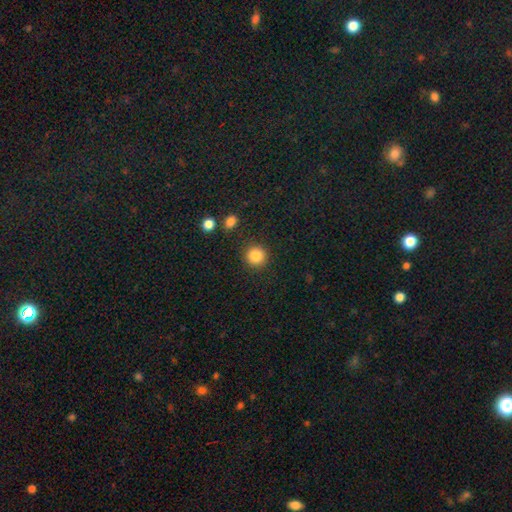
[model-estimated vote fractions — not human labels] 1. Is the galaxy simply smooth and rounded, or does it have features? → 85% smooth, 10% star or artifact, 5% featured or disk.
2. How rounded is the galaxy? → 94% round, 5% in between, 1% cigar-shaped.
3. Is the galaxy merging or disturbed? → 90% none, 6% minor disturbance, 2% major disturbance, 2% merger.